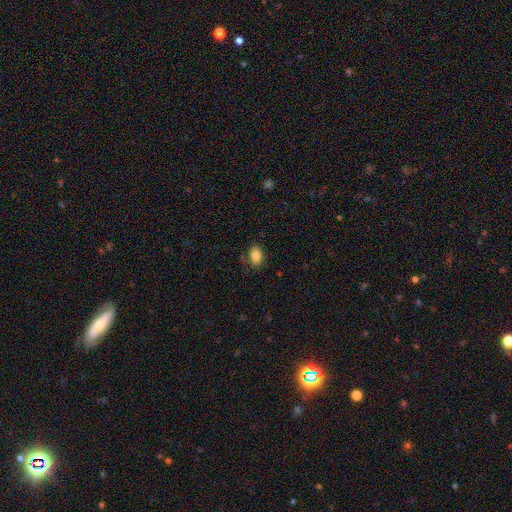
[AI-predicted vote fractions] Q: Smooth or featured?
A: smooth (82%); runner-up: featured or disk (10%)
Q: How rounded?
A: in between (89%); runner-up: round (10%)
Q: Merging?
A: none (81%); runner-up: minor disturbance (14%)